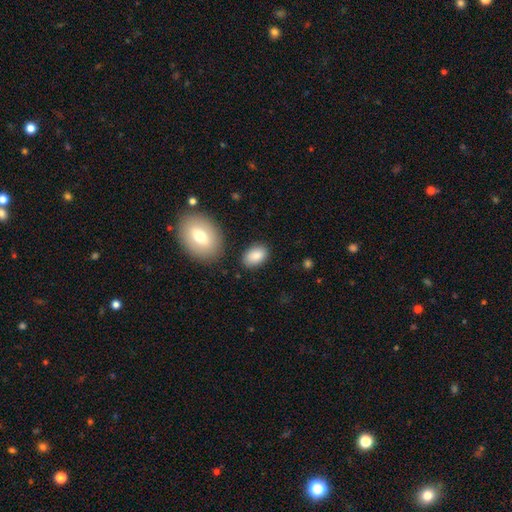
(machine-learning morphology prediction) The model was most divided on "merging": none: 81%, minor disturbance: 11%, merger: 4%, major disturbance: 3%. More confident: how rounded — in between (90%); smooth or featured — smooth (85%).